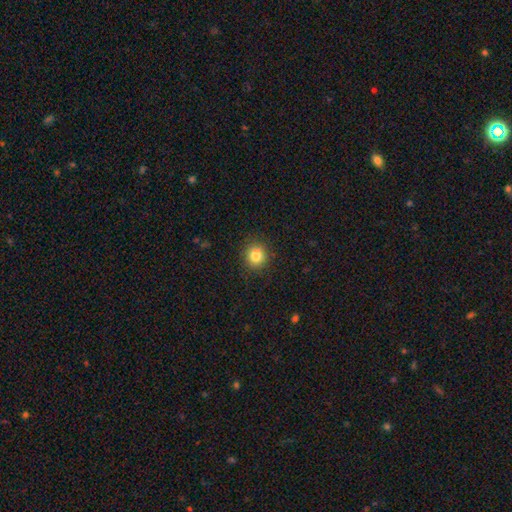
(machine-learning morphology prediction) Smooth or featured? smooth (83%)
How rounded? round (90%)
Merging? none (89%)